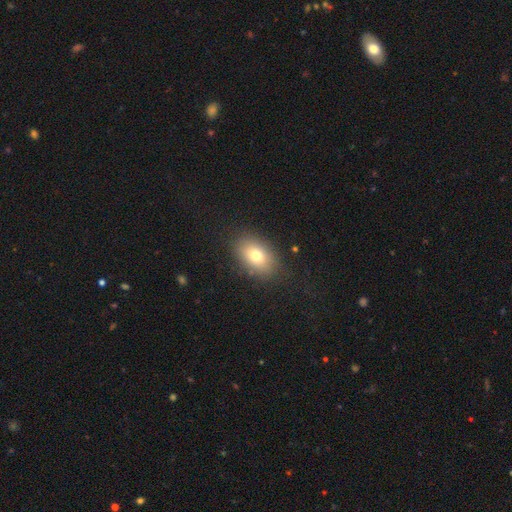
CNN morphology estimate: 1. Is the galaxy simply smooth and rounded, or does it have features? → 74% smooth, 15% featured or disk, 11% star or artifact.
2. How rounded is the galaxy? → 81% in between, 18% round, 1% cigar-shaped.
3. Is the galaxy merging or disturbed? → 83% none, 11% minor disturbance, 4% major disturbance, 1% merger.